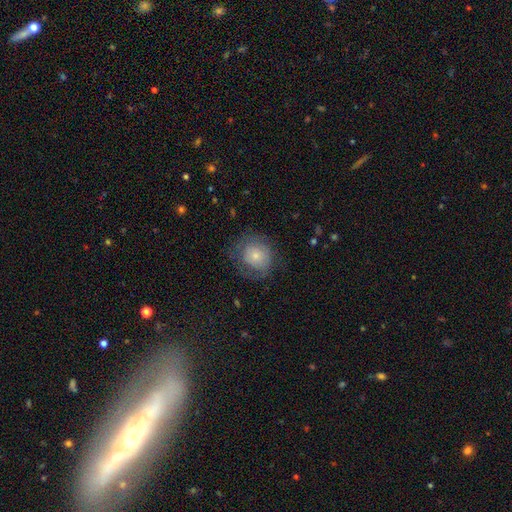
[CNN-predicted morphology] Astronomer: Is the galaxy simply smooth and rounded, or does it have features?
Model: smooth — 68%.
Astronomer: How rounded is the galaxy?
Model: round — 84%.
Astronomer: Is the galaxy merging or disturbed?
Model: none — 65%.